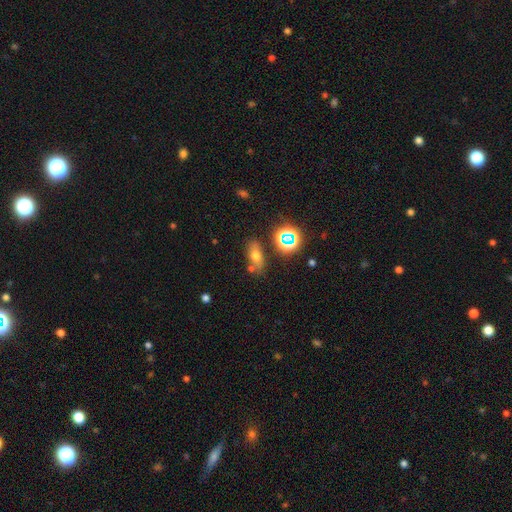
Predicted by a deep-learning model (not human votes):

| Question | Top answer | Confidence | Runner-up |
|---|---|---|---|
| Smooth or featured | smooth | 61% | star or artifact (21%) |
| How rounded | in between | 72% | round (15%) |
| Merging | none | 72% | minor disturbance (13%) |